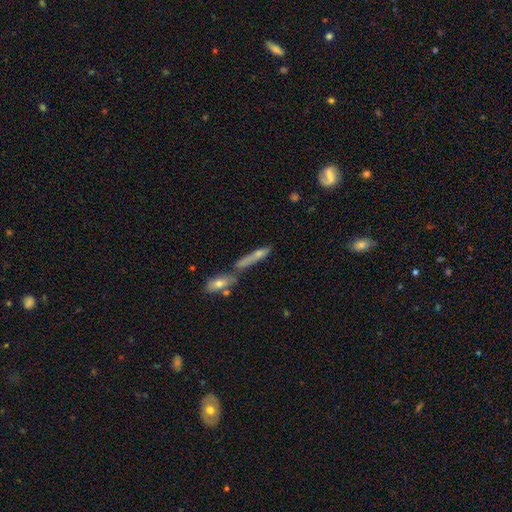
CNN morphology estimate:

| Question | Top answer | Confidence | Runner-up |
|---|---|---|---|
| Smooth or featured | smooth | 54% | featured or disk (36%) |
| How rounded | cigar-shaped | 83% | in between (14%) |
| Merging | none | 46% | merger (37%) |